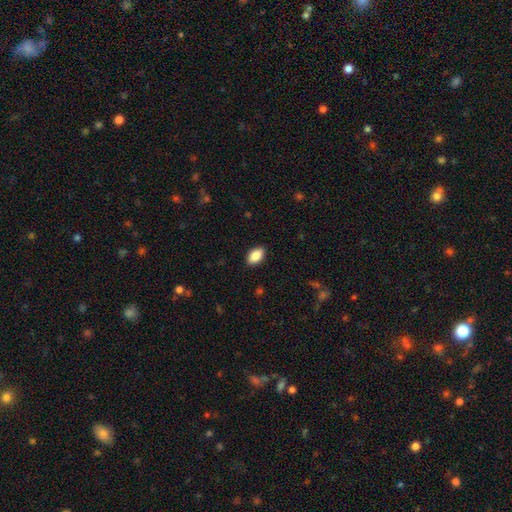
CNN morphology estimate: smooth_or_featured: smooth (p=0.87) [alt: star or artifact p=0.07]
how_rounded: in between (p=0.93) [alt: round p=0.05]
merging: none (p=0.89) [alt: minor disturbance p=0.08]